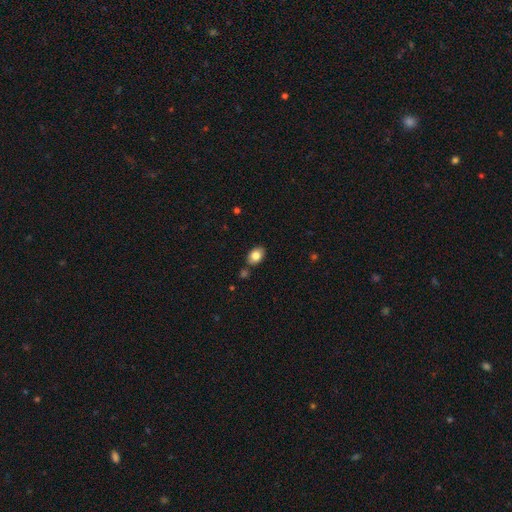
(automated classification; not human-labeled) A smooth galaxy with no disk features (82%) that is in between round and cigar-shaped (83%). Merging: none (79%).